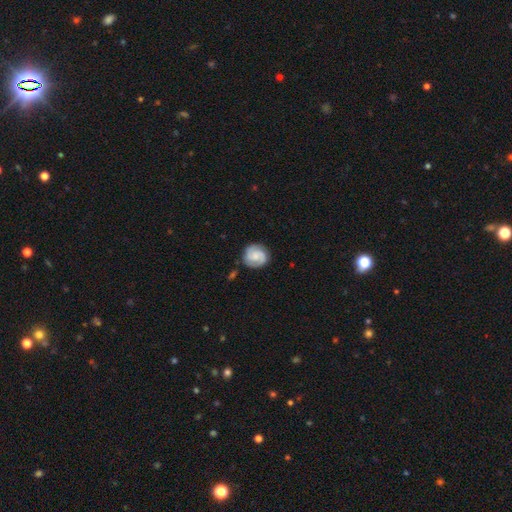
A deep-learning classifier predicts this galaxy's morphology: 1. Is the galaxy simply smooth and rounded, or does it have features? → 67% featured or disk, 27% smooth, 6% star or artifact.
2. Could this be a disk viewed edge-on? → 98% no, 2% yes.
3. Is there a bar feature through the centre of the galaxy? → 51% no, 40% weak, 8% strong.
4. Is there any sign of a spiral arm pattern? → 95% yes, 5% no.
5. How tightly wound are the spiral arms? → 49% tight, 40% medium, 11% loose.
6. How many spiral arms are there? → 78% 2, 8% 3, 8% can't tell, 3% 1, 2% 4, 2% more than 4.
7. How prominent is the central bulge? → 43% small, 32% moderate, 19% none, 5% large, 2% dominant.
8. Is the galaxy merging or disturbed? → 80% none, 13% minor disturbance, 4% major disturbance, 3% merger.